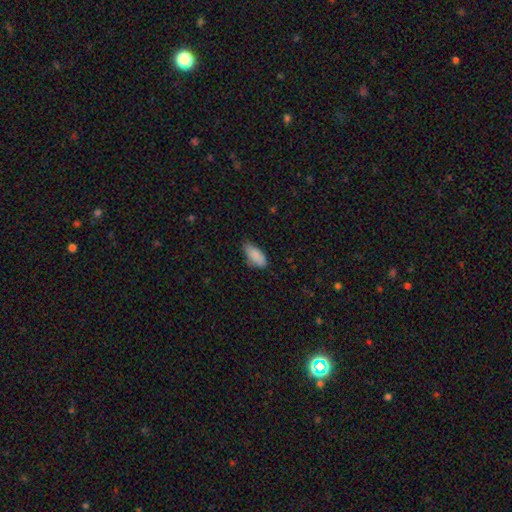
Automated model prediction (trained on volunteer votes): This appears to be a smooth galaxy with no disk features (88%) that is in between round and cigar-shaped (88%). Merging: none (65%).